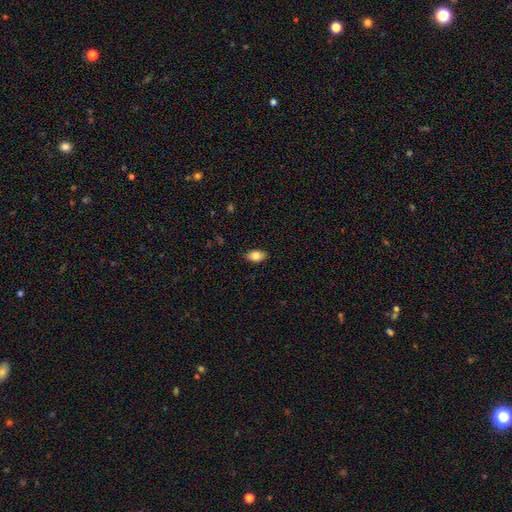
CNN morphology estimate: Q: Smooth or featured?
A: smooth (84%); runner-up: featured or disk (9%)
Q: How rounded?
A: in between (91%); runner-up: round (7%)
Q: Merging?
A: none (87%); runner-up: minor disturbance (10%)